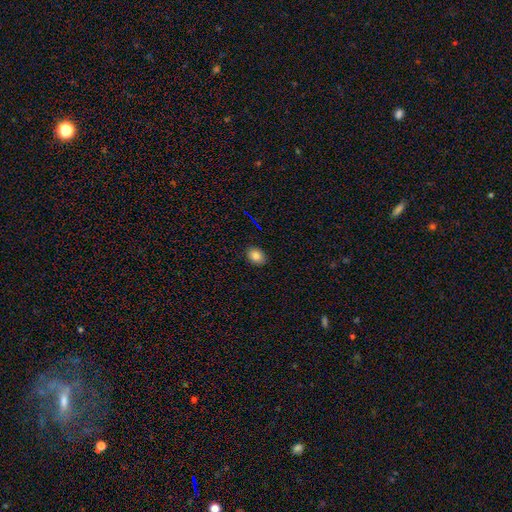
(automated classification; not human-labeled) This appears to be a smooth galaxy with no disk features (83%) that is in between round and cigar-shaped (66%). Merging: none (88%).